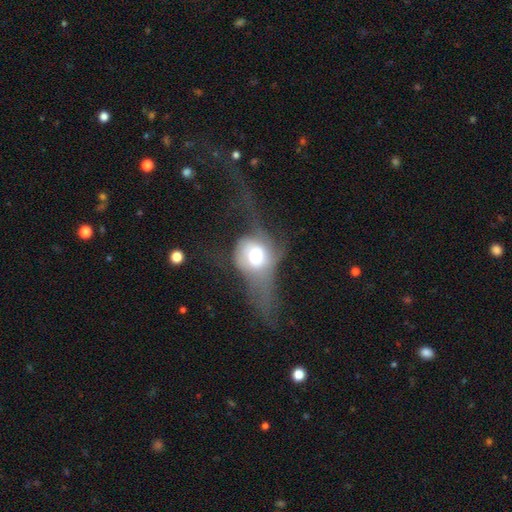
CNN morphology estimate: This is possibly a featured or disk galaxy (47%). Merging: possibly major disturbance (56%).